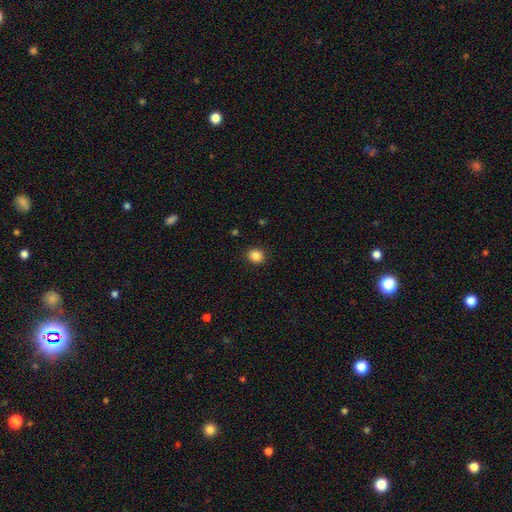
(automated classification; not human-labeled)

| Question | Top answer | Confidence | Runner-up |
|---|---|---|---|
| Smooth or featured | smooth | 85% | star or artifact (10%) |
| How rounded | round | 77% | in between (22%) |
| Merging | none | 90% | minor disturbance (7%) |